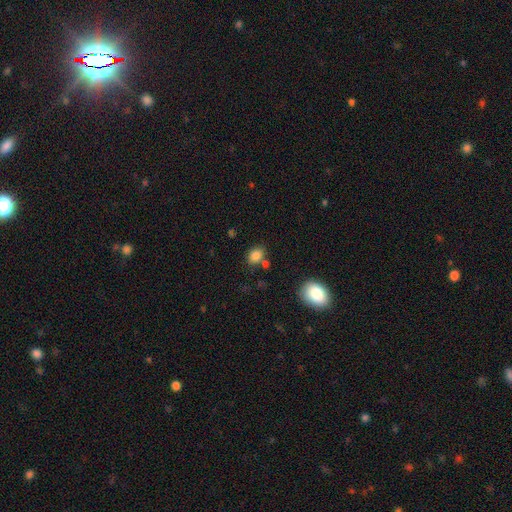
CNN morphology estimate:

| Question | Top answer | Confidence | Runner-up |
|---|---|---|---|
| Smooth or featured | smooth | 84% | star or artifact (10%) |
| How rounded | in between | 67% | round (32%) |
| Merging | none | 71% | minor disturbance (13%) |